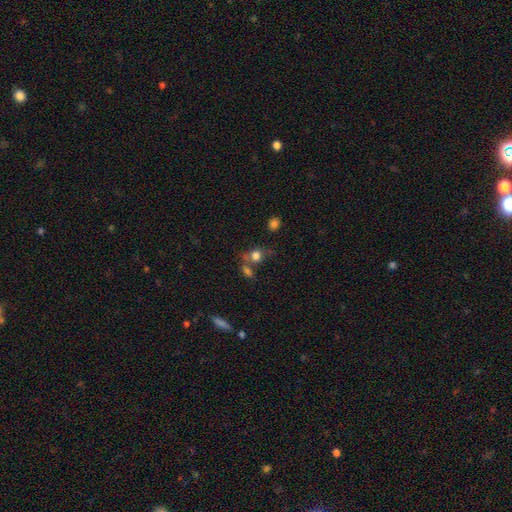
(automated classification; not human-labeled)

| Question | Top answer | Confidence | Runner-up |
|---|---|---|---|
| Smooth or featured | smooth | 73% | star or artifact (14%) |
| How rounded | round | 59% | in between (38%) |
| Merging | none | 49% | merger (25%) |